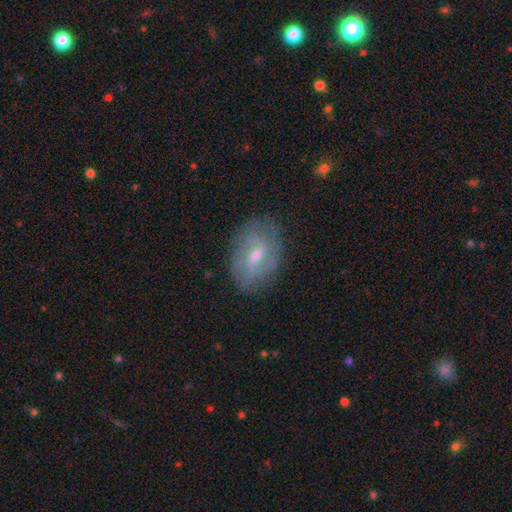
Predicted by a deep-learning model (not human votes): This appears to be a featured or disk galaxy (66%) with a weak bar (56%), spiral arms (75%) and a moderate central bulge (49%). Merging: none (73%).